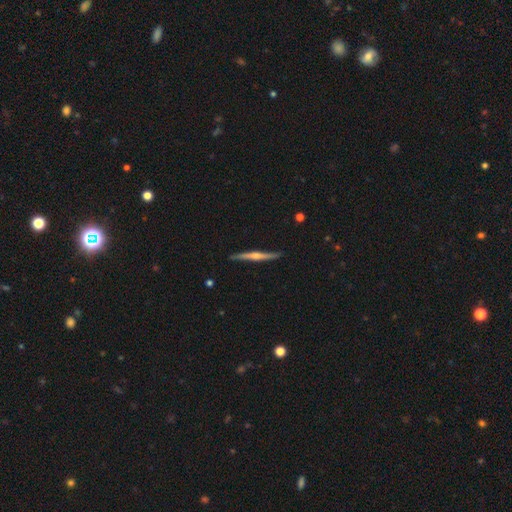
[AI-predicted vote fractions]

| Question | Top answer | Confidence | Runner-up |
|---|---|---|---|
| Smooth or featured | featured or disk | 79% | smooth (16%) |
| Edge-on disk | yes | 98% | no (2%) |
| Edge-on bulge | rounded | 81% | none (12%) |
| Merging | none | 89% | minor disturbance (8%) |